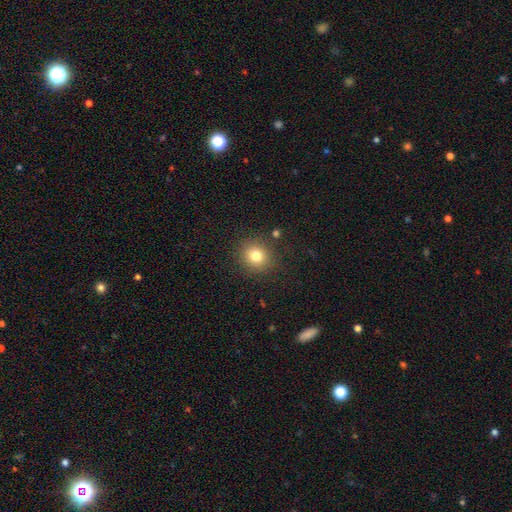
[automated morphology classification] smooth_or_featured: smooth (p=0.78) [alt: star or artifact p=0.14]
how_rounded: round (p=0.90) [alt: in between p=0.09]
merging: none (p=0.88) [alt: minor disturbance p=0.07]